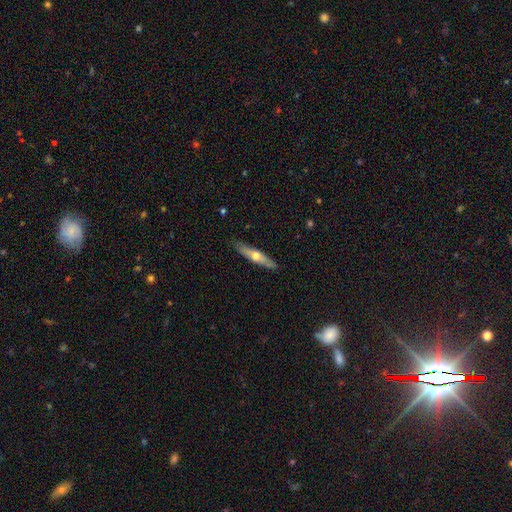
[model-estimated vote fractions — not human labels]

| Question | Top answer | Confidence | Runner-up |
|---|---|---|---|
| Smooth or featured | featured or disk | 52% | smooth (42%) |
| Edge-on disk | yes | 86% | no (14%) |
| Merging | none | 88% | minor disturbance (9%) |